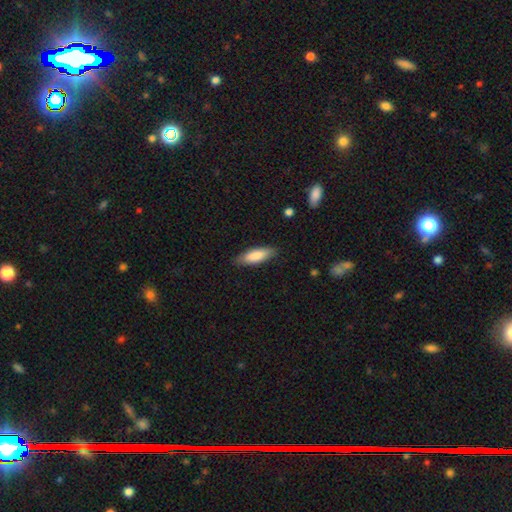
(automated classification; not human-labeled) This appears to be a smooth galaxy with no disk features (83%) that is in between round and cigar-shaped (55%). Merging: none (85%).